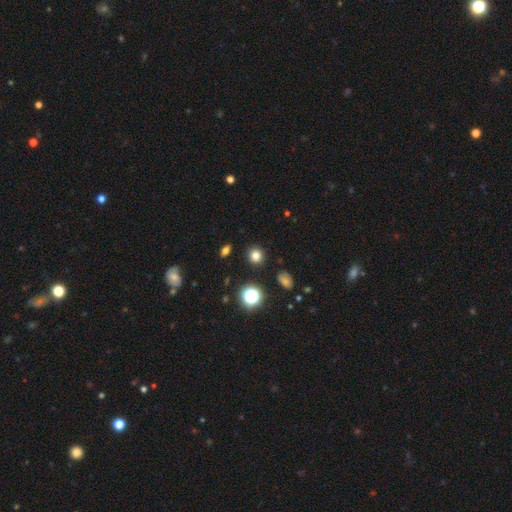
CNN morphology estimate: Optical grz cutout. It shows a smooth galaxy with no disk features (77%) that is round (85%). Merging: none (89%).